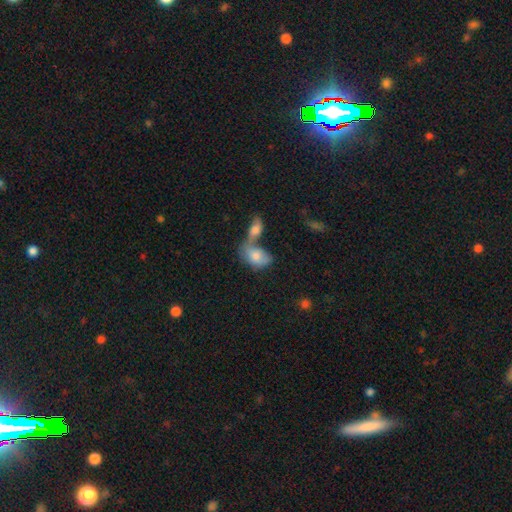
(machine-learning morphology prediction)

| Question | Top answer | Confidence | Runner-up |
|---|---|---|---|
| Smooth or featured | smooth | 74% | featured or disk (19%) |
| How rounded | in between | 86% | round (11%) |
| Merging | merger | 62% | none (20%) |